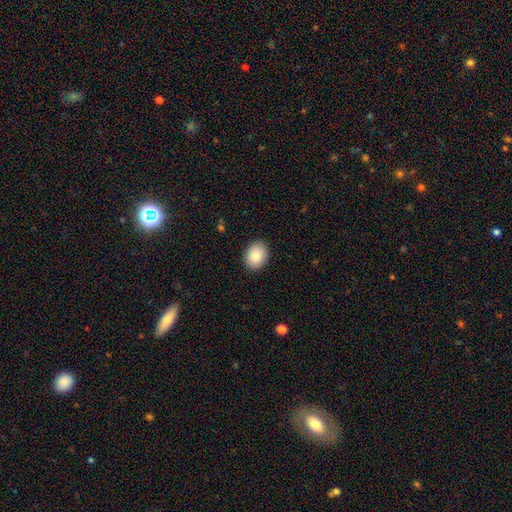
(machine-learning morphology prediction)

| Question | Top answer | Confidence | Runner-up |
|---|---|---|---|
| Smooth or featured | smooth | 87% | star or artifact (7%) |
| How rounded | in between | 64% | round (35%) |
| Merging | none | 90% | minor disturbance (7%) |